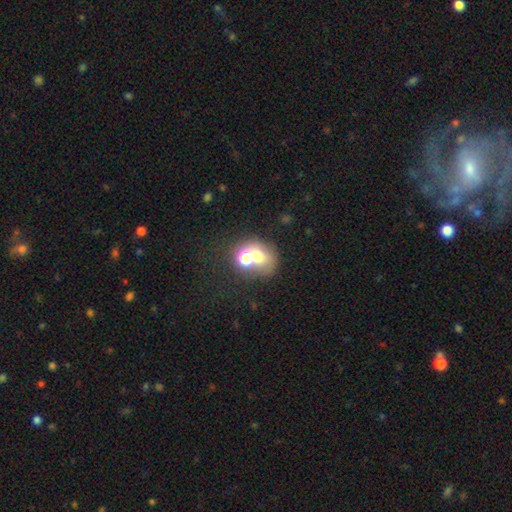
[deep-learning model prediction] smooth 60%, featured or disk 23%, star or artifact 17%. Down the decision tree: how rounded — round (59%); merging — merger (49%).